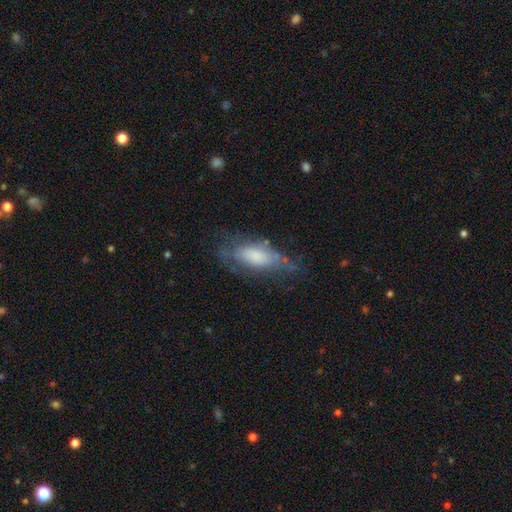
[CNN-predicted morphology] smooth-or-featured: smooth: 50% | featured or disk: 42% | star or artifact: 9%
  merging: none: 51% | minor disturbance: 28% | major disturbance: 18% | merger: 2%